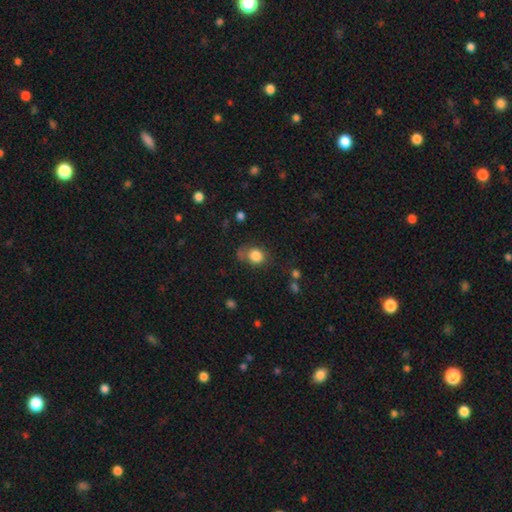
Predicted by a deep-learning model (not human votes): Smooth or featured?
  - smooth: 82% *
  - star or artifact: 10%
  - featured or disk: 8%
How rounded?
  - round: 63% *
  - in between: 36%
  - cigar-shaped: 1%
Merging?
  - none: 56% *
  - minor disturbance: 26%
  - major disturbance: 14%
  - merger: 4%